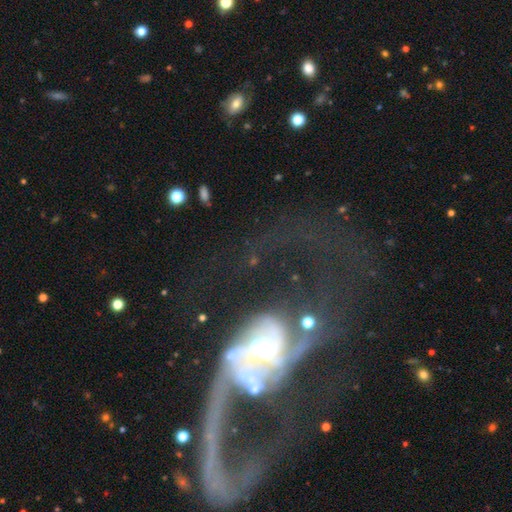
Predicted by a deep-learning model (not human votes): This is likely a featured or disk galaxy (78%). It is clearly not viewed edge-on (96%). Bar: possibly no (57%). Spiral arm pattern: likely yes (75%). Spiral arm count: possibly 2 (48%). Spiral winding: possibly loose (59%). Central bulge: possibly moderate (59%). Merging: possibly major disturbance (51%).